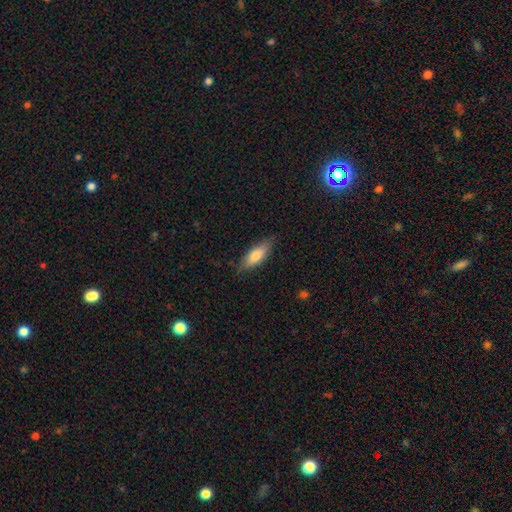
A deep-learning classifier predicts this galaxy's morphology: Smooth or featured? smooth (73%)
How rounded? in between (60%)
Merging? none (80%)